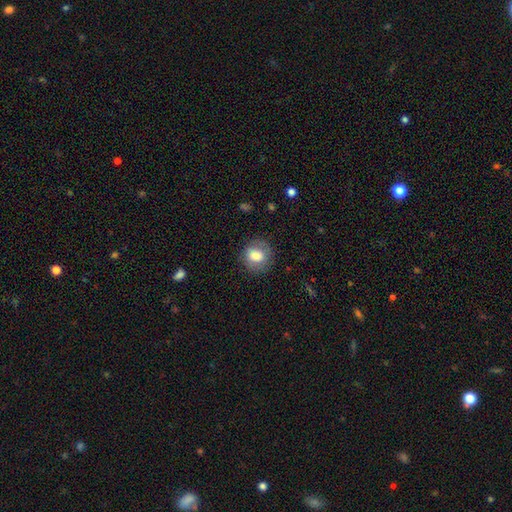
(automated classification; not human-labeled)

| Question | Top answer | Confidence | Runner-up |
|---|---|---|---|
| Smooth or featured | smooth | 76% | featured or disk (16%) |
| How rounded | round | 77% | in between (22%) |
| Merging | none | 82% | minor disturbance (13%) |